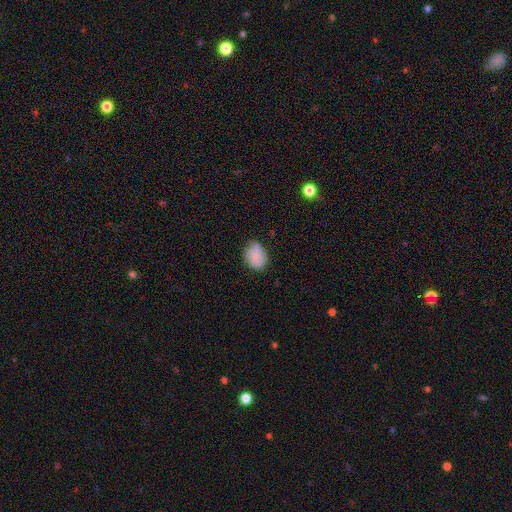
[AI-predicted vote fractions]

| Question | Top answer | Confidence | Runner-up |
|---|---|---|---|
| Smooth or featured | smooth | 78% | featured or disk (14%) |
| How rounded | in between | 54% | round (45%) |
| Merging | none | 58% | minor disturbance (32%) |